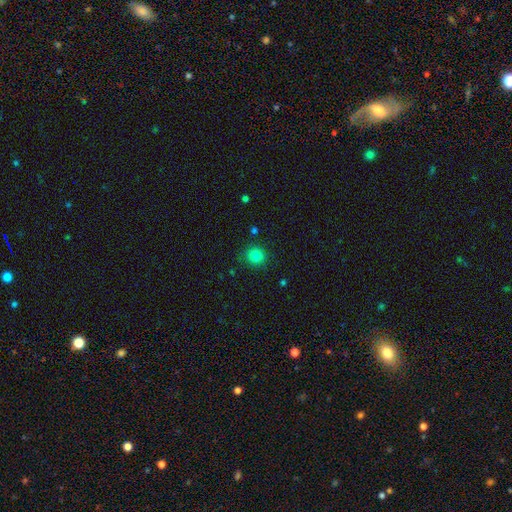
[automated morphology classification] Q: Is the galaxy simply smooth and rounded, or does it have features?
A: smooth — 83%.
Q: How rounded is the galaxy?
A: round — 91%.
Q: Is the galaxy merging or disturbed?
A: none — 87%.